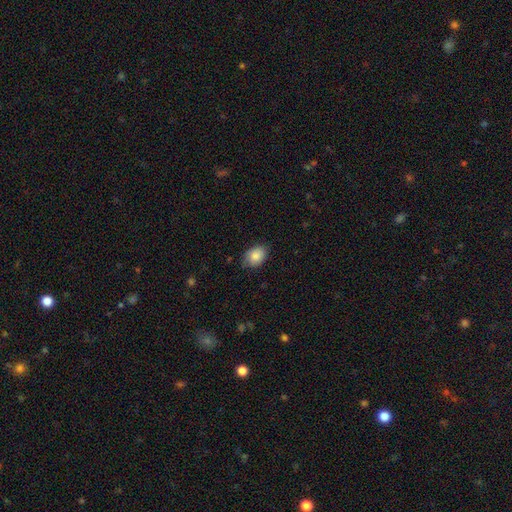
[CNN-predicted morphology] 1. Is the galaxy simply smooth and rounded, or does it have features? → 85% smooth, 8% star or artifact, 7% featured or disk.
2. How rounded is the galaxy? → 74% in between, 25% round, 1% cigar-shaped.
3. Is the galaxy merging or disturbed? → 75% none, 21% minor disturbance, 3% major disturbance, 1% merger.